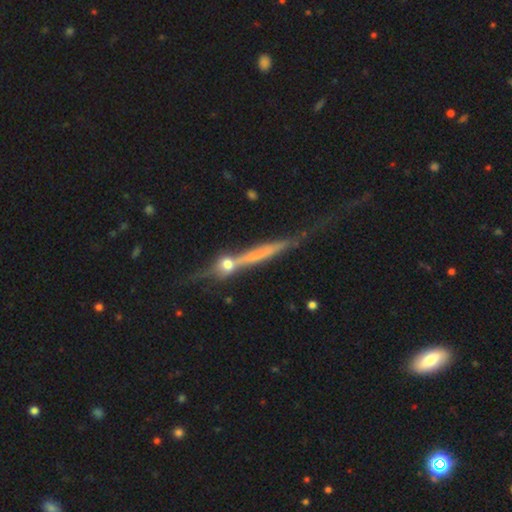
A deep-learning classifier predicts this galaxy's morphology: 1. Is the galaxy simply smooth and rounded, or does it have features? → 59% featured or disk, 32% smooth, 9% star or artifact.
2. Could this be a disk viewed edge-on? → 92% yes, 8% no.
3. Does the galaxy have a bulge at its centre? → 47% rounded, 39% none, 15% boxy.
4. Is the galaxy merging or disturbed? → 61% none, 18% merger, 15% minor disturbance, 6% major disturbance.